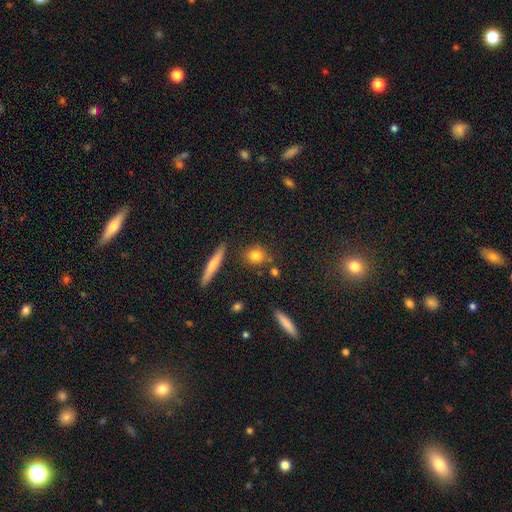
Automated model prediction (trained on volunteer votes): Smooth or featured? Predicted: smooth (p=0.79). How rounded? Predicted: round (p=0.61). Merging? Predicted: none (p=0.79).